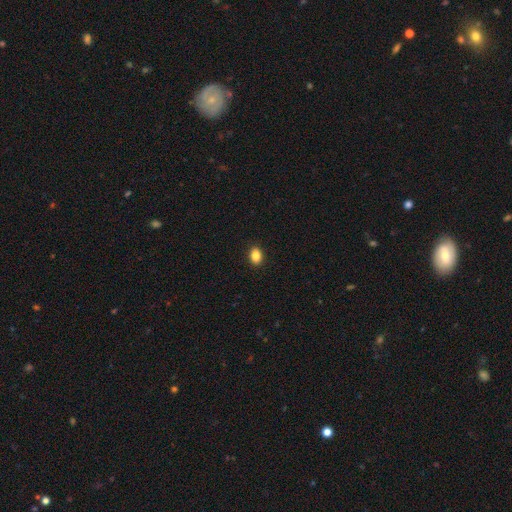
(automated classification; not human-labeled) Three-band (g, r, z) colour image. It shows a smooth galaxy with no disk features (86%) that is in between round and cigar-shaped (71%). Merging: none (91%).